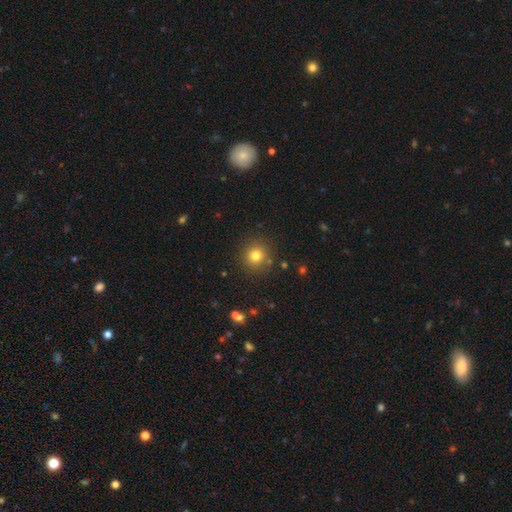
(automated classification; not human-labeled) Smooth or featured? Predicted: smooth (p=0.79). How rounded? Predicted: round (p=0.92). Merging? Predicted: none (p=0.87).